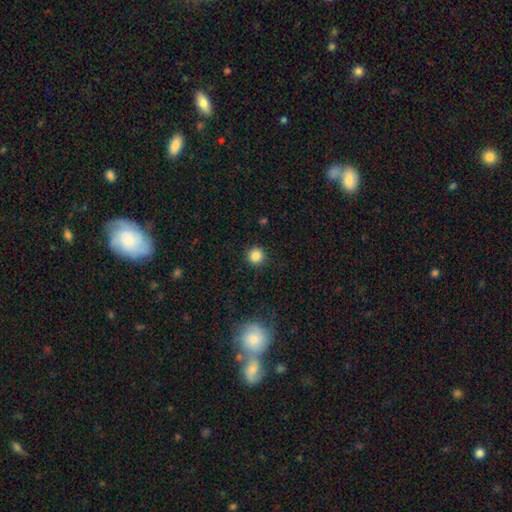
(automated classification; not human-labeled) This appears to be a smooth galaxy with no disk features (85%) that is round (94%). Merging: none (90%).